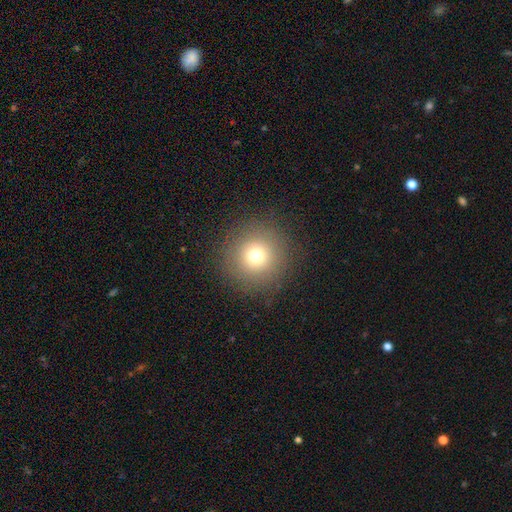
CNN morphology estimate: Smooth or featured? smooth (72%)
How rounded? round (96%)
Merging? none (89%)